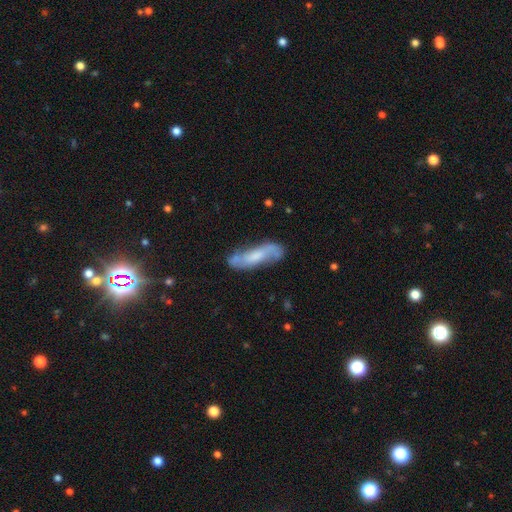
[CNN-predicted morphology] This appears to be a featured or disk galaxy (64%). Merging: none (69%).